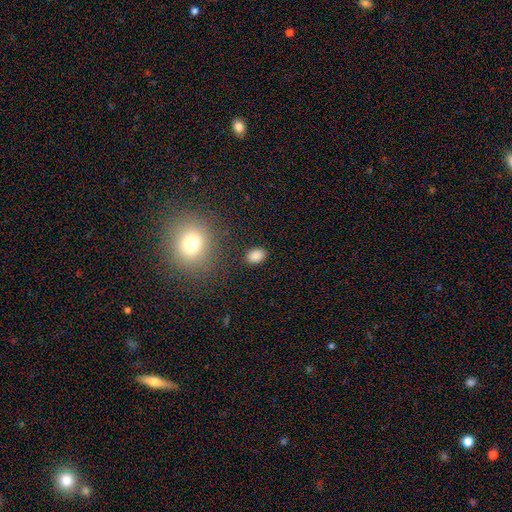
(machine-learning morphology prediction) Smooth or featured?
  - smooth: 85% *
  - star or artifact: 10%
  - featured or disk: 4%
How rounded?
  - in between: 80% *
  - round: 19%
  - cigar-shaped: 1%
Merging?
  - none: 85% *
  - minor disturbance: 10%
  - major disturbance: 3%
  - merger: 2%